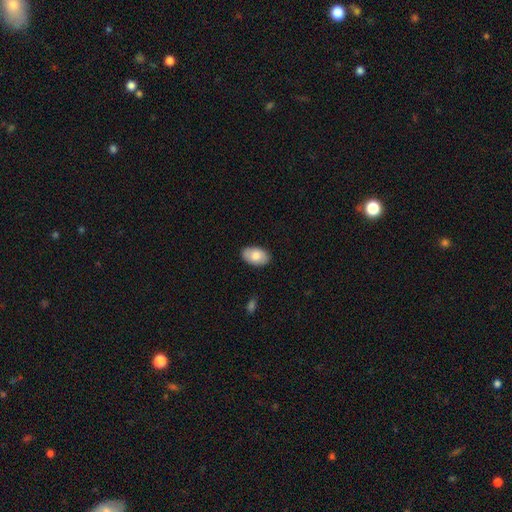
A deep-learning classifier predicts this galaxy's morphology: smooth_or_featured: smooth (p=0.79) [alt: featured or disk p=0.15]
how_rounded: in between (p=0.93) [alt: round p=0.06]
merging: none (p=0.87) [alt: minor disturbance p=0.10]